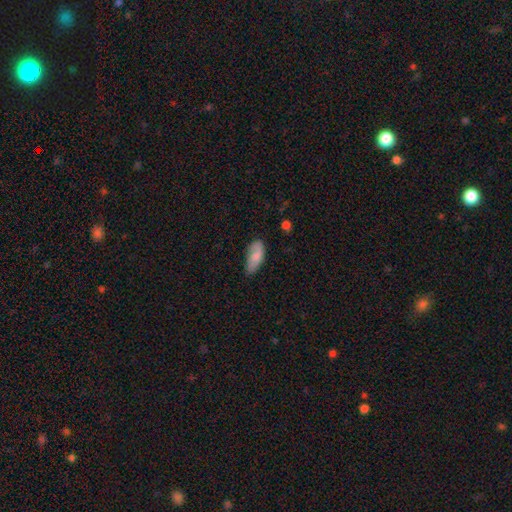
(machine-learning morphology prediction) Overall: smooth (74%). How rounded: in between (87%). Merging: none (60%; minor disturbance 31%).